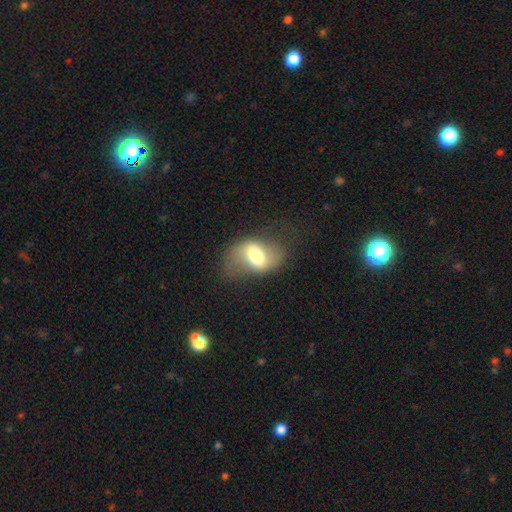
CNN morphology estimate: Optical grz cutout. It shows a smooth galaxy with no disk features (48%). Merging: none (56%).